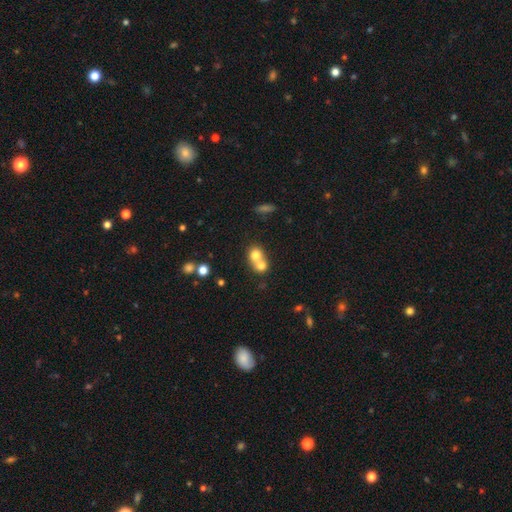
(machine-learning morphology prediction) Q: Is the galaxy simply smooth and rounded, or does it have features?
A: smooth — 73%.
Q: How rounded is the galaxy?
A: round — 73%.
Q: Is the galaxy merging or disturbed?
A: merger — 69%.